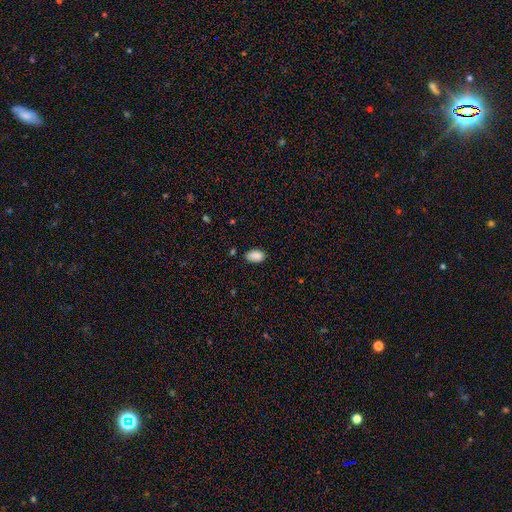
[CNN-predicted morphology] Smooth or featured: smooth — 88% (star or artifact — 8%)
How rounded: in between — 93% (round — 6%)
Merging: none — 80% (minor disturbance — 15%)